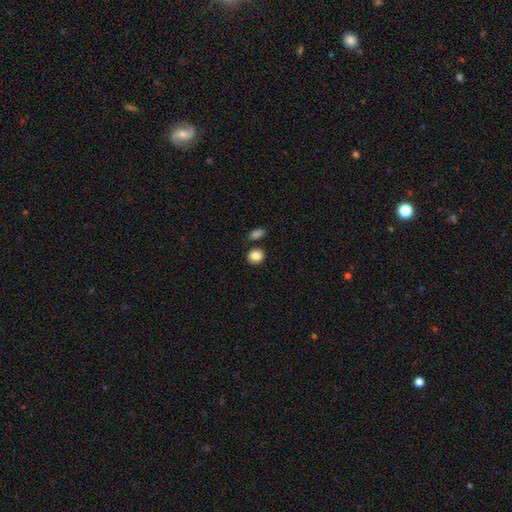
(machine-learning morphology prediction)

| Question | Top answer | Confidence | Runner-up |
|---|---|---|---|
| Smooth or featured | smooth | 85% | star or artifact (9%) |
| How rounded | round | 67% | in between (32%) |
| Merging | none | 78% | minor disturbance (11%) |